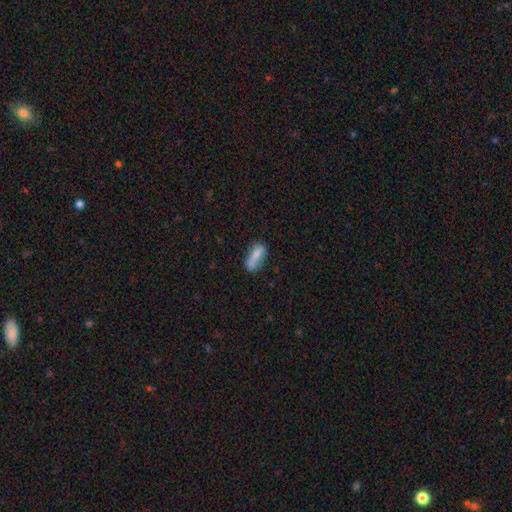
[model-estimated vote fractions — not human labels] The model was most divided on "merging": none: 53%, minor disturbance: 26%, merger: 11%, major disturbance: 10%. More confident: smooth or featured — smooth (73%); how rounded — in between (65%).